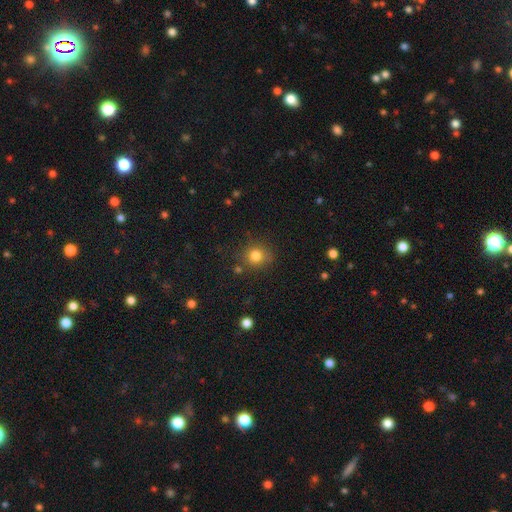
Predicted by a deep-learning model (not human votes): smooth-or-featured: smooth: 81% | star or artifact: 13% | featured or disk: 6%
  how-rounded: round: 87% | in between: 12% | cigar-shaped: 1%
  merging: none: 80% | minor disturbance: 12% | merger: 4% | major disturbance: 4%